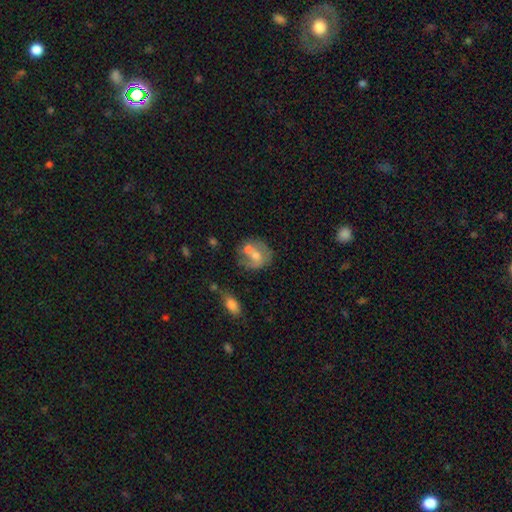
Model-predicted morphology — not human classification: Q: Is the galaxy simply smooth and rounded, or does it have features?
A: smooth — 47%.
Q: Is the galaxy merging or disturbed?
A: merger — 49%.